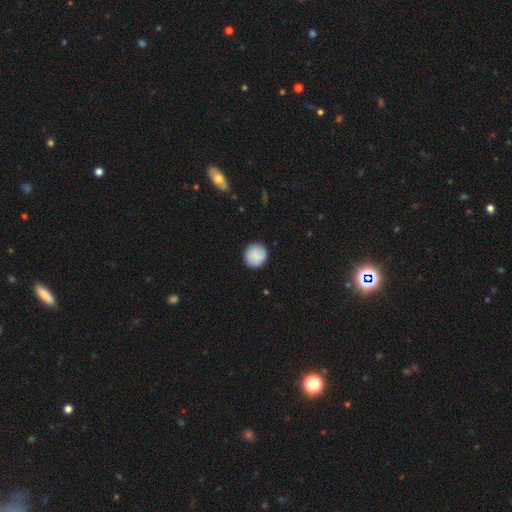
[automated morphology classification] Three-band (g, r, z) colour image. It shows a smooth galaxy with no disk features (88%) that is round (93%). Merging: none (90%).